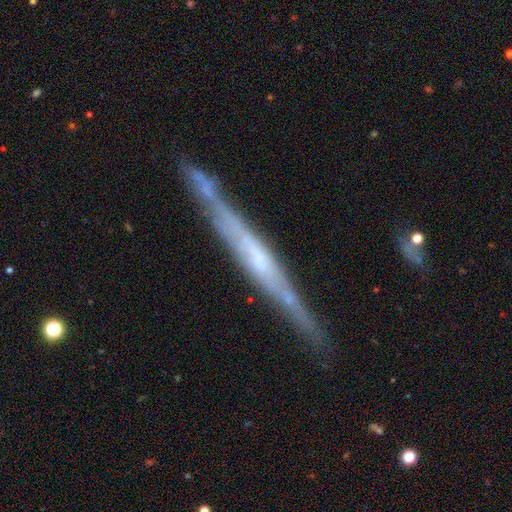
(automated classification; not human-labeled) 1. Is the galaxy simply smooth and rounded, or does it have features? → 78% featured or disk, 16% smooth, 6% star or artifact.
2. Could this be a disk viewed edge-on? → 96% yes, 4% no.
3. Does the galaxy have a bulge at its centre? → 52% none, 29% rounded, 19% boxy.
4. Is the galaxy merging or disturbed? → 81% none, 13% minor disturbance, 3% merger, 3% major disturbance.